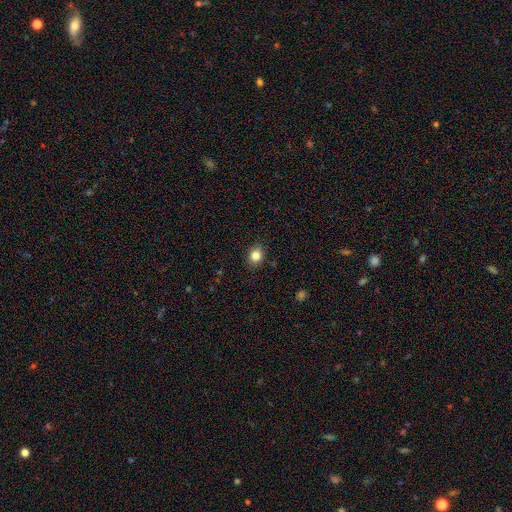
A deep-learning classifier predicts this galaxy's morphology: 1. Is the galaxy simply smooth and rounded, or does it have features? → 84% smooth, 10% star or artifact, 6% featured or disk.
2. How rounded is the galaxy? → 61% round, 38% in between, 1% cigar-shaped.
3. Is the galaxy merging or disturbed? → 88% none, 9% minor disturbance, 2% major disturbance, 1% merger.